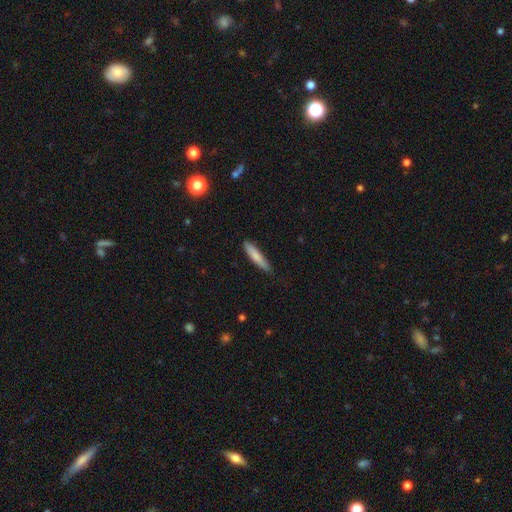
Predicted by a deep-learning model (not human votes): smooth-or-featured: smooth: 78% | featured or disk: 17% | star or artifact: 6%
  how-rounded: cigar-shaped: 87% | in between: 12% | round: 1%
  merging: none: 80% | minor disturbance: 16% | major disturbance: 2% | merger: 1%